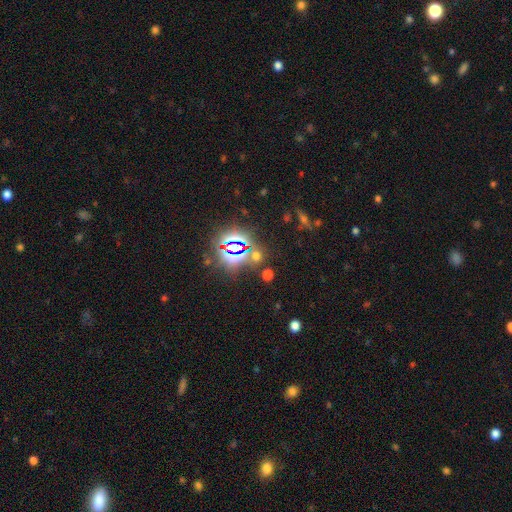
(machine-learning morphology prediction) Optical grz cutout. It shows a star or artifact, not a galaxy (62%).